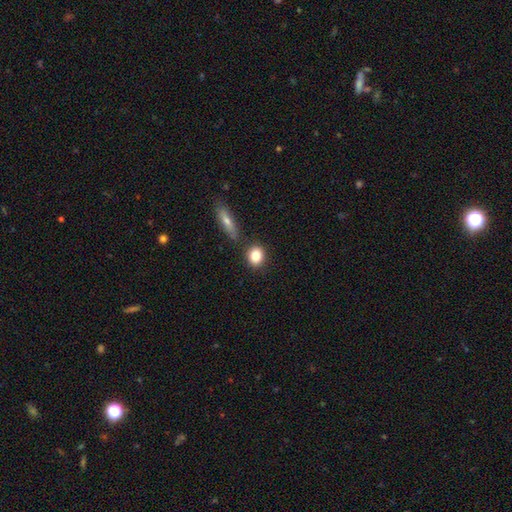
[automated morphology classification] Smooth or featured: smooth — 83% (featured or disk — 9%)
How rounded: round — 64% (in between — 34%)
Merging: none — 81% (minor disturbance — 9%)